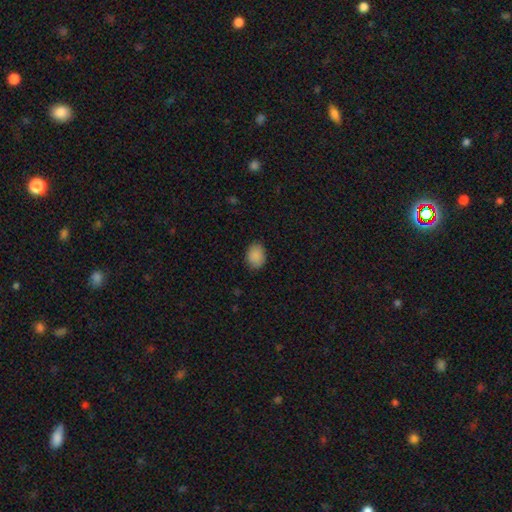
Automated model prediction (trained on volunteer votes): smooth 89%, star or artifact 8%, featured or disk 3%. Down the decision tree: how rounded — in between (67%); merging — none (85%).